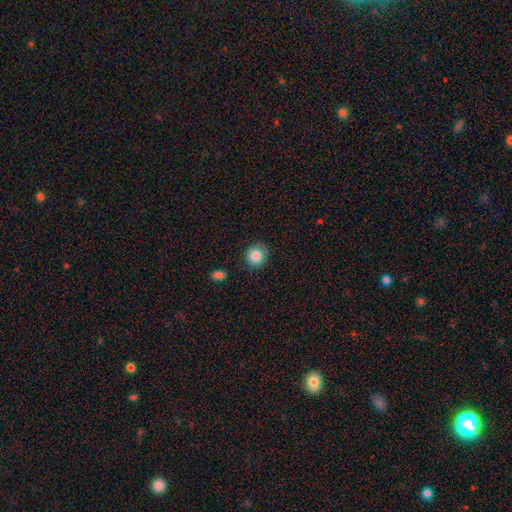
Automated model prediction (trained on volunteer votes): smooth 85%, star or artifact 9%, featured or disk 6%. Down the decision tree: how rounded — round (87%); merging — none (83%).